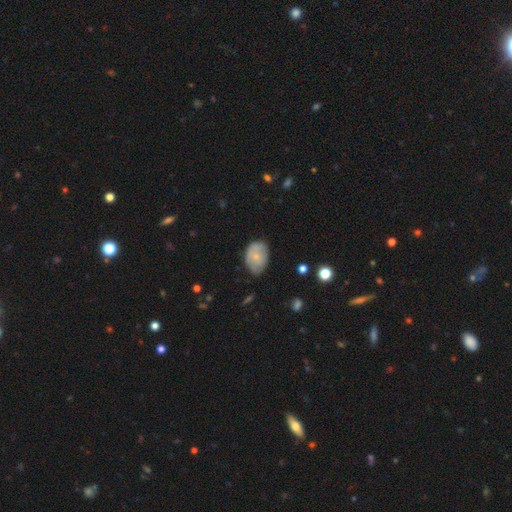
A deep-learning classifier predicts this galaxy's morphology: Q: Smooth or featured?
A: smooth (61%); runner-up: featured or disk (32%)
Q: How rounded?
A: in between (80%); runner-up: round (18%)
Q: Merging?
A: none (64%); runner-up: minor disturbance (28%)